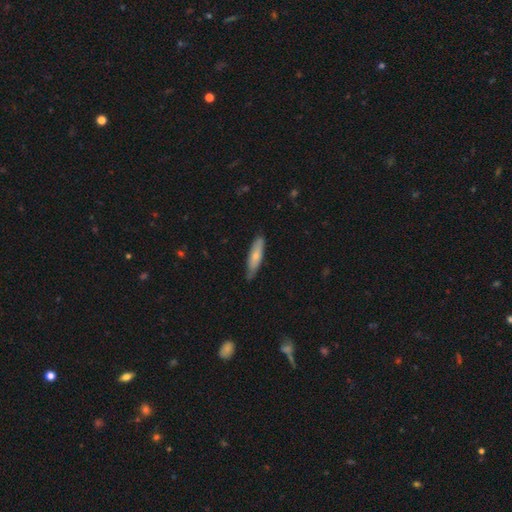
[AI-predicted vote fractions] Overall: smooth (68%). How rounded: cigar-shaped (69%). Merging: none (74%).